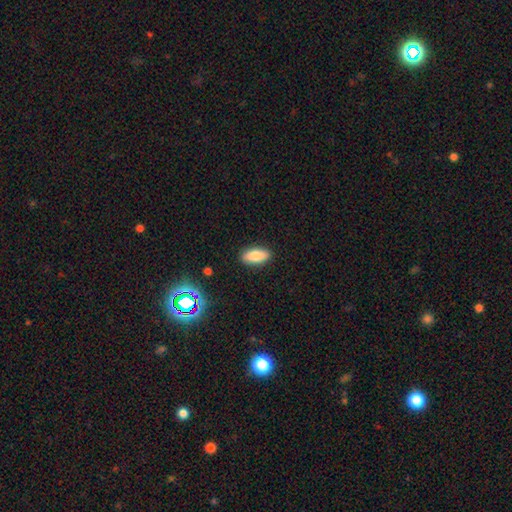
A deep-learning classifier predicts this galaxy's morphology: Smooth or featured?
  - smooth: 84% *
  - featured or disk: 9%
  - star or artifact: 7%
How rounded?
  - in between: 82% *
  - cigar-shaped: 15%
  - round: 3%
Merging?
  - none: 89% *
  - minor disturbance: 8%
  - major disturbance: 2%
  - merger: 1%